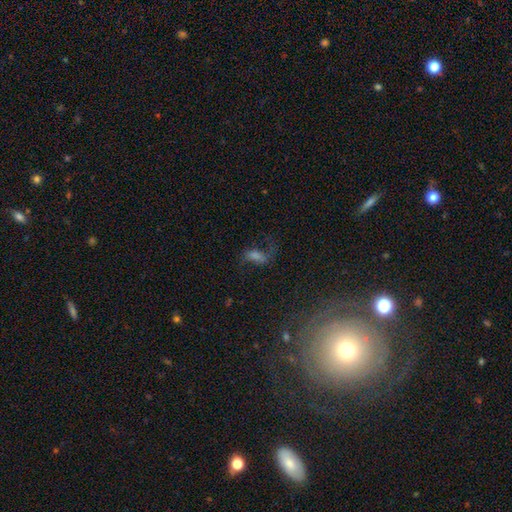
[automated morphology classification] The model was most divided on "smooth or featured": featured or disk: 52%, smooth: 26%, star or artifact: 22%. More confident: edge-on disk — no (91%); merging — none (57%).